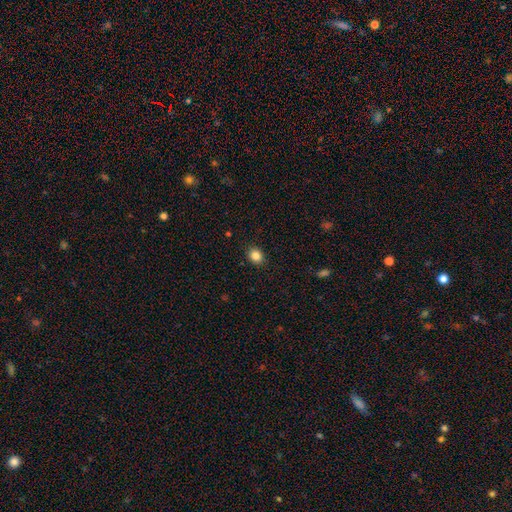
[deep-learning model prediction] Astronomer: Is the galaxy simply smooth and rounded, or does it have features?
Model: smooth — 85%.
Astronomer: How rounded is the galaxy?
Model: round — 61% (runner-up: in between, 38%).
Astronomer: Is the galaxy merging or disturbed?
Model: none — 90%.